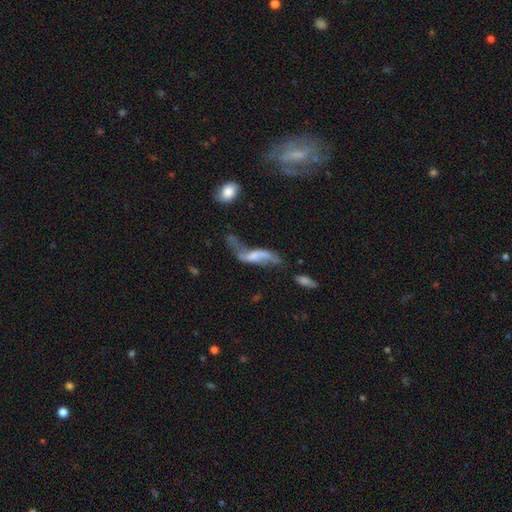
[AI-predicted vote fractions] Morphology: type=featured or disk (67%); edge-on=no (85%); bar=no (45%); spiral arms=yes (73%); bulge=none (49%); merging=none (32%).